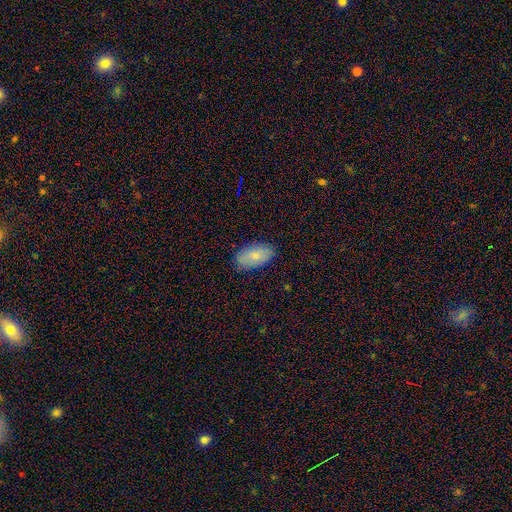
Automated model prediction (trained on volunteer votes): smooth 79%, featured or disk 14%, star or artifact 7%. Down the decision tree: how rounded — in between (94%); merging — none (85%).